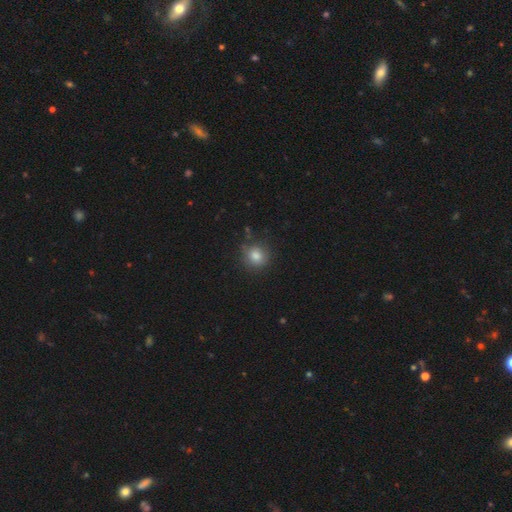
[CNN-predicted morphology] Smooth or featured? smooth (81%)
How rounded? round (90%)
Merging? none (82%)